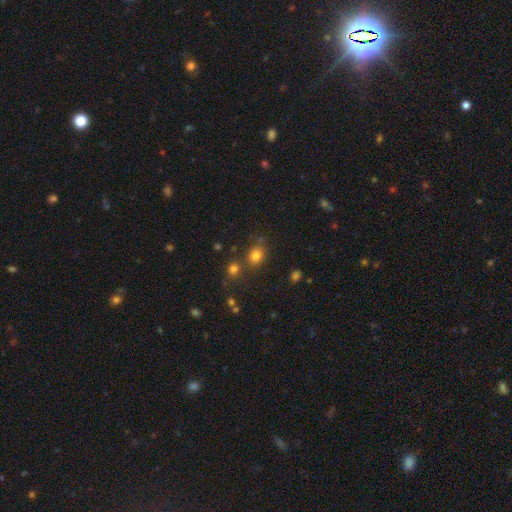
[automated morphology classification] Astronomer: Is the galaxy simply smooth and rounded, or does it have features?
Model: smooth — 78%.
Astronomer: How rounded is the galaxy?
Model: round — 64%.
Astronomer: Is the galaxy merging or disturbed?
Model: none — 69%.